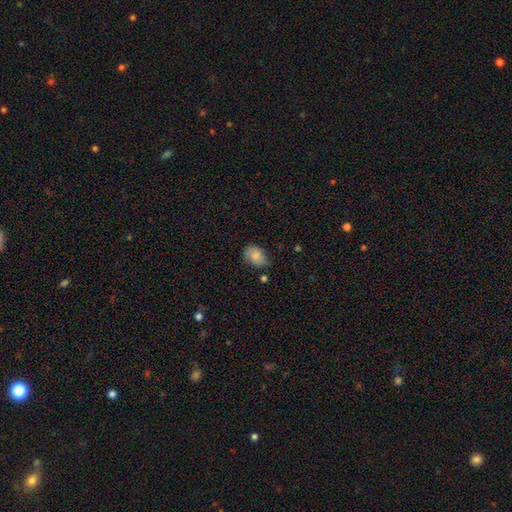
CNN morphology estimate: smooth 80%, featured or disk 11%, star or artifact 8%. Down the decision tree: how rounded — in between (74%); merging — none (59%).